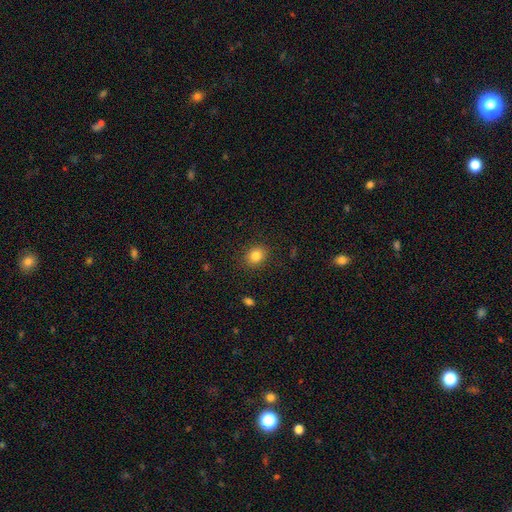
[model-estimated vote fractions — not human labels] Smooth or featured: smooth — 83% (star or artifact — 11%)
How rounded: round — 58% (in between — 41%)
Merging: none — 88% (minor disturbance — 8%)